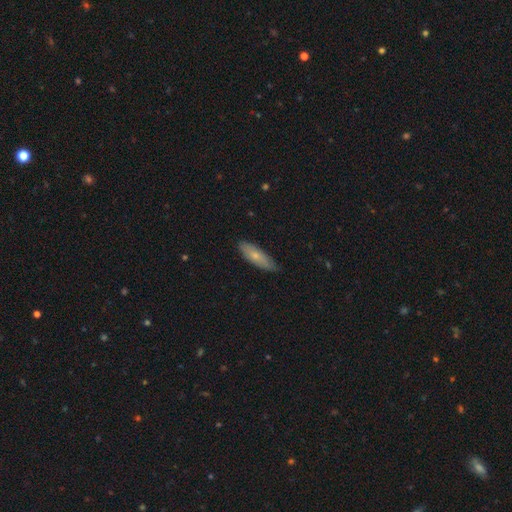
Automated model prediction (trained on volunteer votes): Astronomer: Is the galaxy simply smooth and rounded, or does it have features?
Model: smooth — 67%.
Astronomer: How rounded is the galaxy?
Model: cigar-shaped — 50% (runner-up: in between, 48%).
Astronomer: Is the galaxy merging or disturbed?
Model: none — 79%.